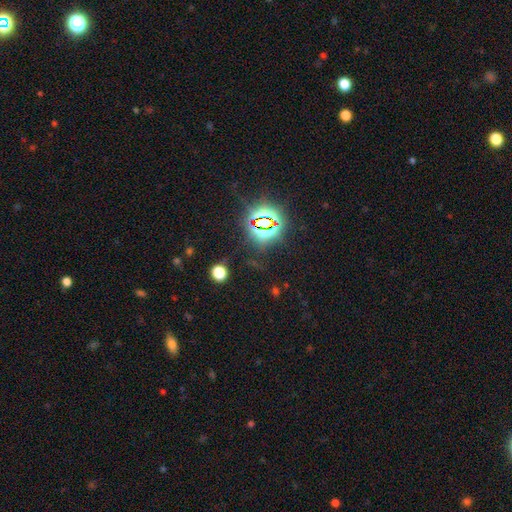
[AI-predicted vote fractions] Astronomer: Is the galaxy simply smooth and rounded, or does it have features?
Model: star or artifact — 78%.